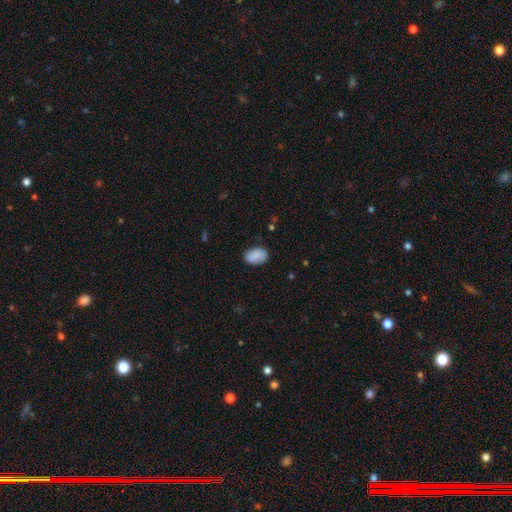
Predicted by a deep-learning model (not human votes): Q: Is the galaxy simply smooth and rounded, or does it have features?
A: smooth — 82%.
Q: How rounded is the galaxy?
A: in between — 89%.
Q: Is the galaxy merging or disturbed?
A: none — 83%.